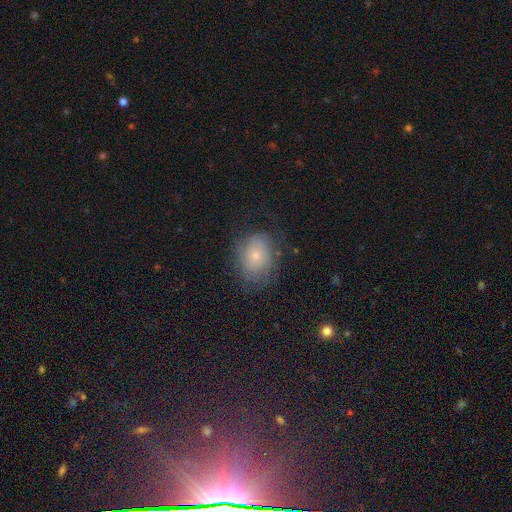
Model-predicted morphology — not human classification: smooth 58%, featured or disk 33%, star or artifact 10%. Down the decision tree: how rounded — in between (62%); merging — none (65%).